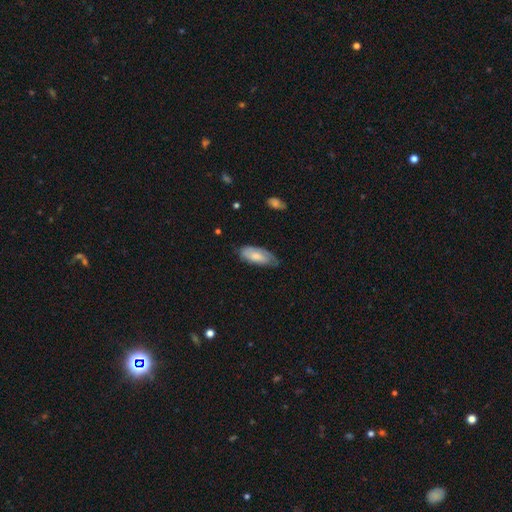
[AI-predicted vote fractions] Smooth or featured?
  - smooth: 69% *
  - featured or disk: 25%
  - star or artifact: 6%
How rounded?
  - in between: 83% *
  - cigar-shaped: 15%
  - round: 2%
Merging?
  - none: 57% *
  - minor disturbance: 34%
  - major disturbance: 8%
  - merger: 1%